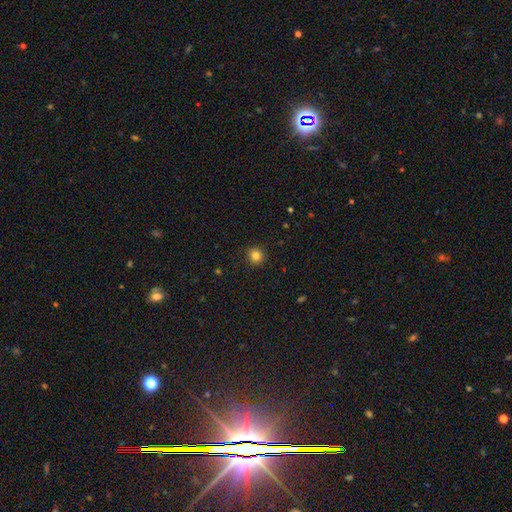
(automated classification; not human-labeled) Overall: smooth (83%). How rounded: round (92%). Merging: none (91%).